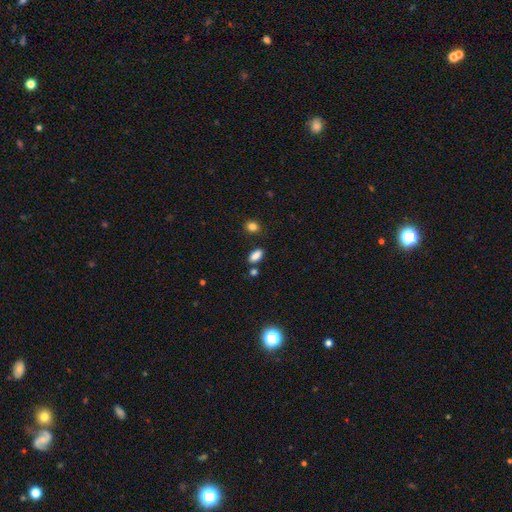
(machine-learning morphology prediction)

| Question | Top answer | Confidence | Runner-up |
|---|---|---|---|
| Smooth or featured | smooth | 85% | star or artifact (10%) |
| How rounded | in between | 88% | cigar-shaped (7%) |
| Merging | none | 77% | minor disturbance (12%) |